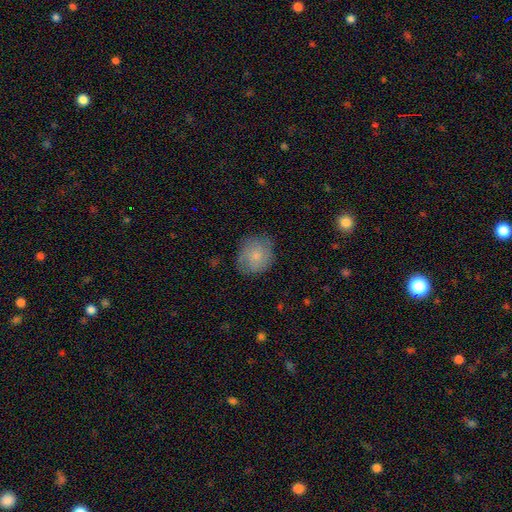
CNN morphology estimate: Smooth or featured: smooth — 71% (featured or disk — 22%)
How rounded: round — 75% (in between — 24%)
Merging: none — 74% (minor disturbance — 20%)